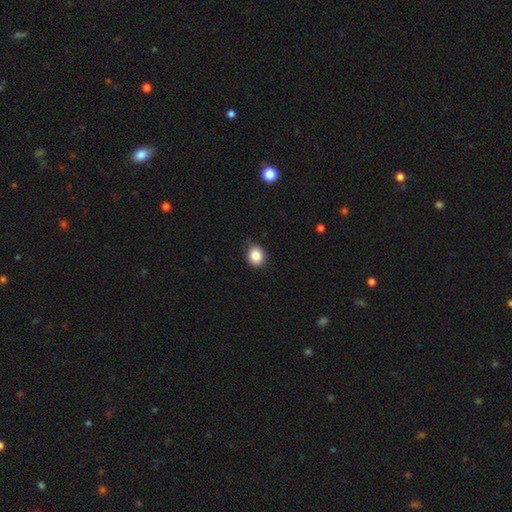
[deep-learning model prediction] Morphology: type=smooth (86%); roundness=round (67%); merging=none (80%).